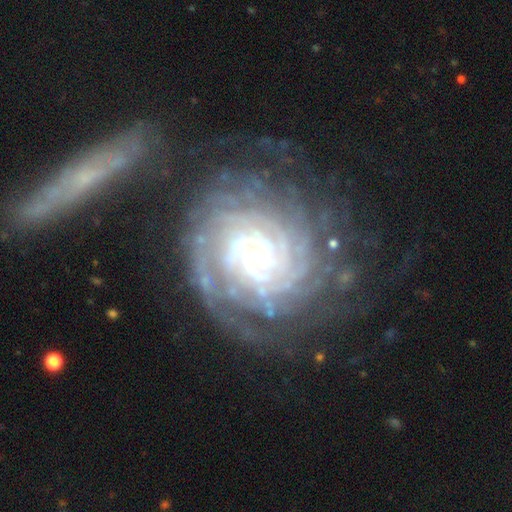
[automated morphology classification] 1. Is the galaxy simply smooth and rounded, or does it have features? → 88% featured or disk, 6% star or artifact, 5% smooth.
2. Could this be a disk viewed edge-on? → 97% no, 3% yes.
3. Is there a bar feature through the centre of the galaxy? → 66% no, 23% weak, 11% strong.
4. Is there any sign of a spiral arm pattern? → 98% yes, 2% no.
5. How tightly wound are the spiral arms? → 86% tight, 11% medium, 2% loose.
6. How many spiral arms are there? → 24% can't tell, 23% more than 4, 21% 4, 13% 3, 12% 2, 8% 1.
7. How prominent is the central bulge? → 84% small, 9% moderate, 4% none, 2% large, 1% dominant.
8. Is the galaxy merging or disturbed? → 68% none, 17% minor disturbance, 9% major disturbance, 6% merger.